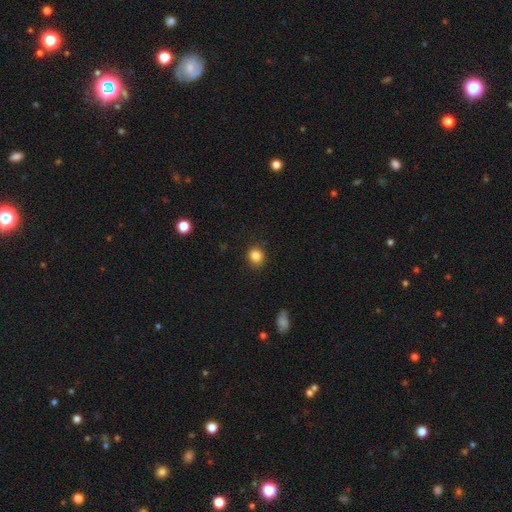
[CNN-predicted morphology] A smooth galaxy with no disk features (85%) that is round (82%). Merging: none (87%).